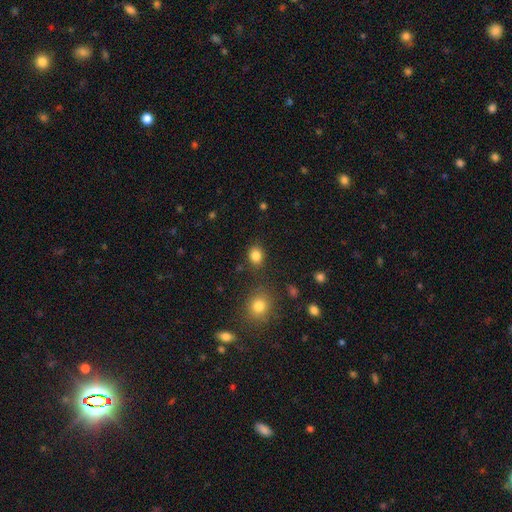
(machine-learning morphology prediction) Q: Smooth or featured?
A: smooth (84%); runner-up: star or artifact (11%)
Q: How rounded?
A: round (56%); runner-up: in between (43%)
Q: Merging?
A: none (82%); runner-up: minor disturbance (11%)